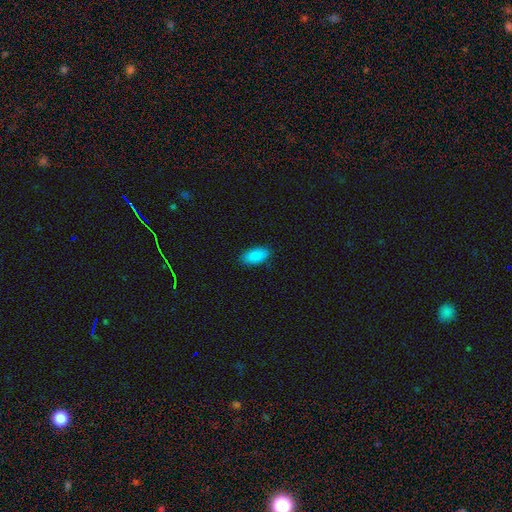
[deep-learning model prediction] A smooth galaxy with no disk features (90%) that is in between round and cigar-shaped (92%).

Vote fractions:
- Smooth or featured? smooth: 90% / star or artifact: 7% / featured or disk: 4%
- How rounded? in between: 92% / cigar-shaped: 6% / round: 2%
- Merging? none: 87% / minor disturbance: 10% / major disturbance: 2% / merger: 1%